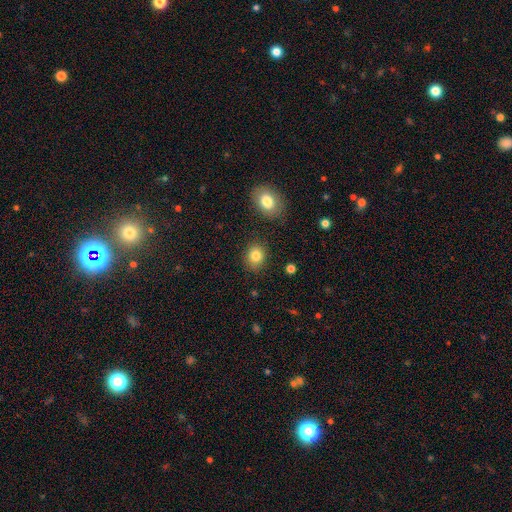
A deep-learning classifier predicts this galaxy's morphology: The model was most divided on "how rounded": round: 60%, in between: 39%, cigar-shaped: 1%. More confident: merging — none (84%); smooth or featured — smooth (83%).